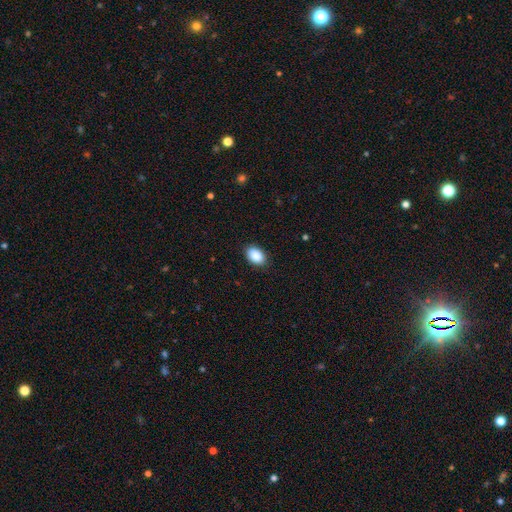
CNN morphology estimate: Smooth or featured? smooth (89%)
How rounded? in between (88%)
Merging? none (89%)